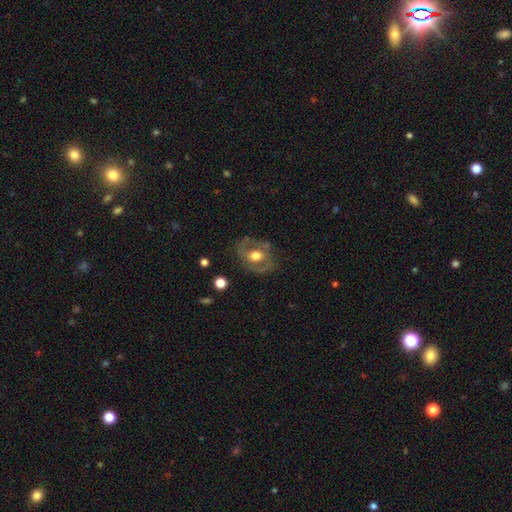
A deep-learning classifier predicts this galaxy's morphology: The model was most divided on "spiral arms": no: 51%, yes: 49%. More confident: edge-on disk — no (94%); merging — none (70%); bulge size — moderate (63%); smooth or featured — featured or disk (62%); bar — no (61%).